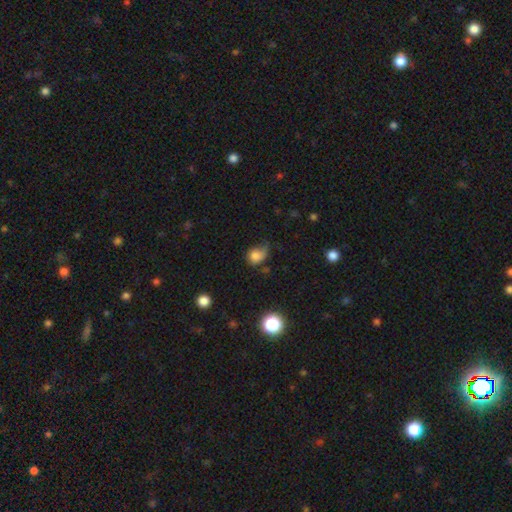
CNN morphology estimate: The model was most divided on "merging": minor disturbance: 39%, none: 33%, major disturbance: 24%, merger: 4%. More confident: smooth or featured — smooth (75%); how rounded — round (57%).